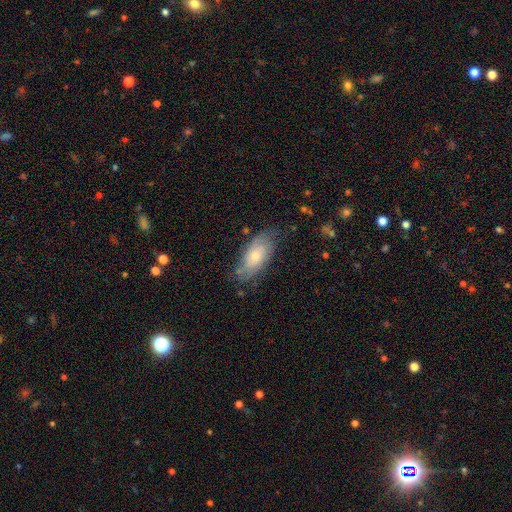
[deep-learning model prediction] Overall: featured or disk (47%; smooth 45%). Merging: none (68%).